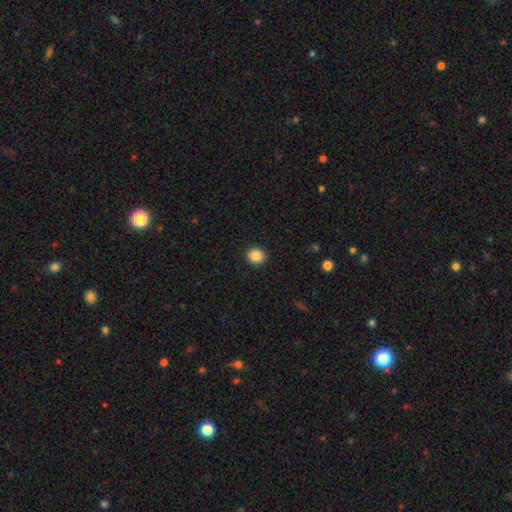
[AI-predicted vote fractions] The model was most divided on "how rounded": round: 81%, in between: 18%, cigar-shaped: 1%. More confident: merging — none (92%); smooth or featured — smooth (85%).